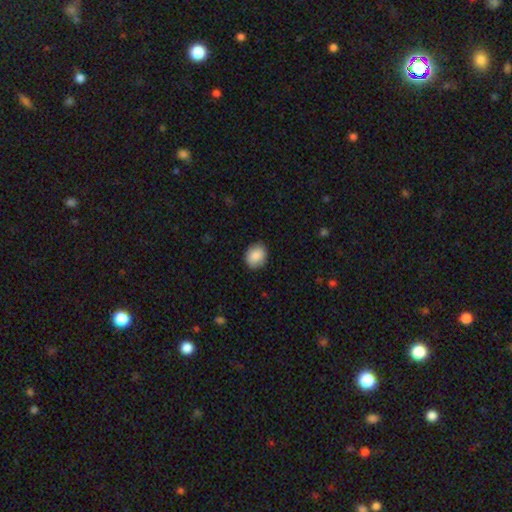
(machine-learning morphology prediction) A smooth galaxy with no disk features (88%) that is round (60%). Merging: none (86%).